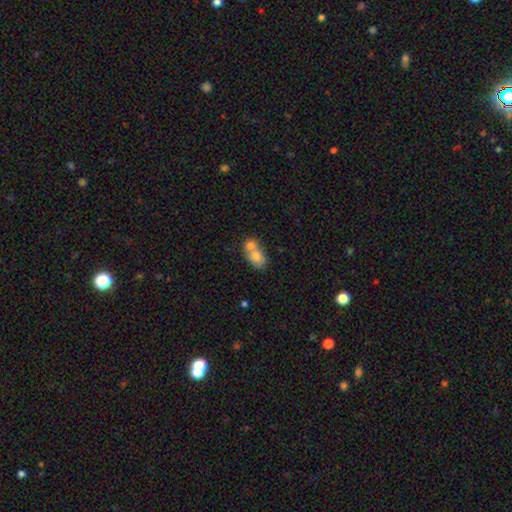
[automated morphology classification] The model was most divided on "how rounded": in between: 65%, round: 33%, cigar-shaped: 2%. More confident: smooth or featured — smooth (72%); merging — merger (67%).